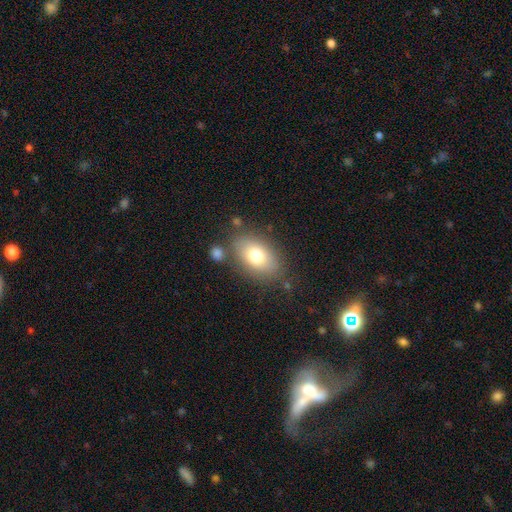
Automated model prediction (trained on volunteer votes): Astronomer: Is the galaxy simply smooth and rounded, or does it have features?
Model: smooth — 74%.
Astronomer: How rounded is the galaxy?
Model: in between — 86%.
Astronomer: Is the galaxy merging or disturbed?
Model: none — 77%.